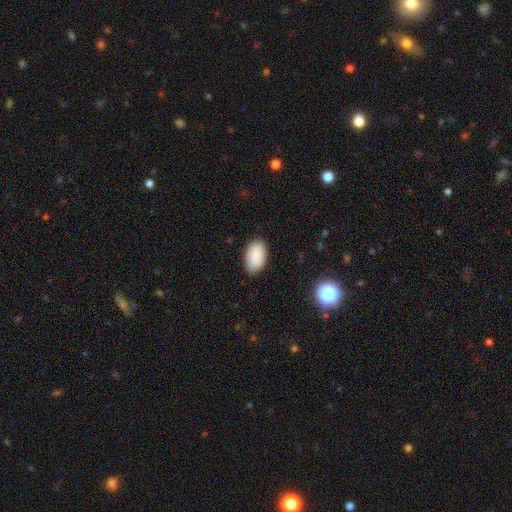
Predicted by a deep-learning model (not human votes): Smooth or featured? Predicted: smooth (p=0.87). How rounded? Predicted: in between (p=0.93). Merging? Predicted: none (p=0.81).